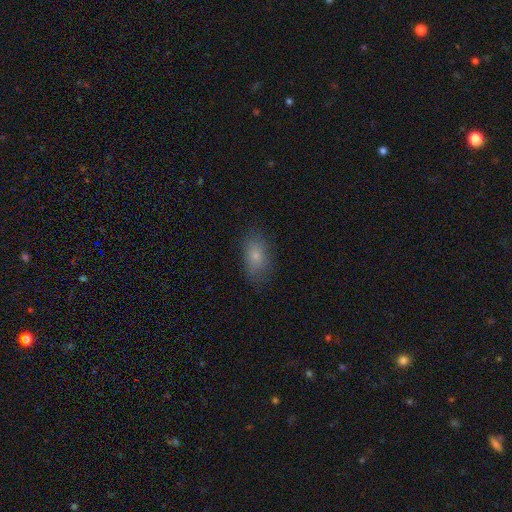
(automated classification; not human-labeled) smooth-or-featured: smooth: 79% | featured or disk: 11% | star or artifact: 9%
  how-rounded: in between: 88% | round: 9% | cigar-shaped: 3%
  merging: none: 76% | minor disturbance: 17% | major disturbance: 5% | merger: 1%